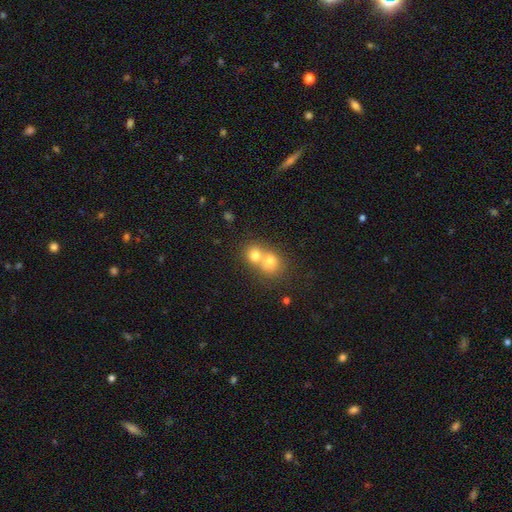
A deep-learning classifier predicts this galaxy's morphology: smooth-or-featured: smooth: 65% | featured or disk: 19% | star or artifact: 16%
  how-rounded: round: 76% | in between: 22% | cigar-shaped: 1%
  merging: merger: 62% | none: 31% | minor disturbance: 5% | major disturbance: 2%